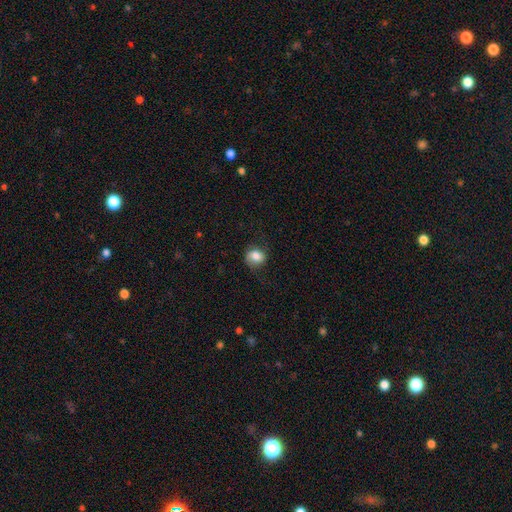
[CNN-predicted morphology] smooth-or-featured: smooth: 78% | featured or disk: 14% | star or artifact: 9%
  how-rounded: round: 66% | in between: 33% | cigar-shaped: 1%
  merging: none: 68% | minor disturbance: 22% | major disturbance: 10% | merger: 1%